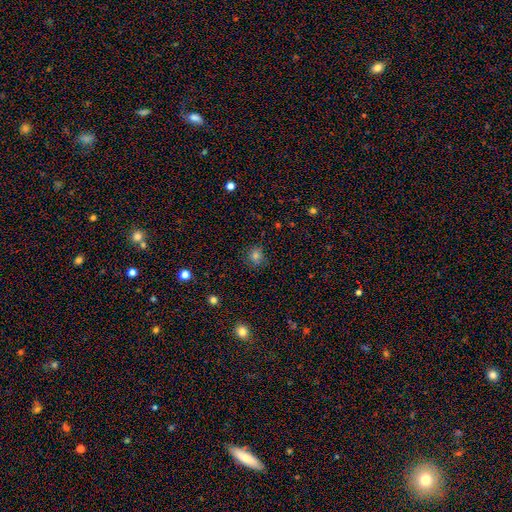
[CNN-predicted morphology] Overall: smooth (73%). How rounded: round (79%). Merging: none (81%).